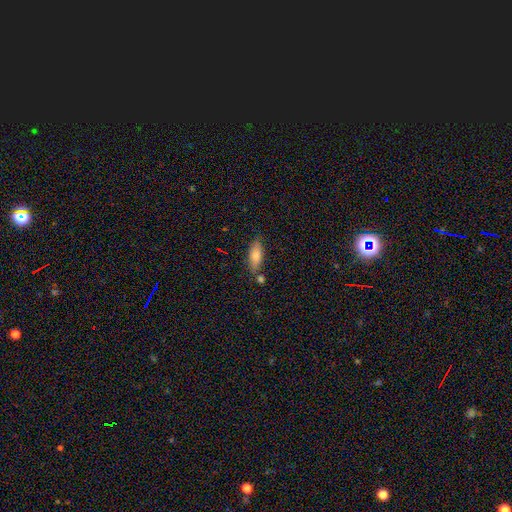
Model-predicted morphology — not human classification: type=smooth (75%); roundness=in between (69%); merging=none (67%).